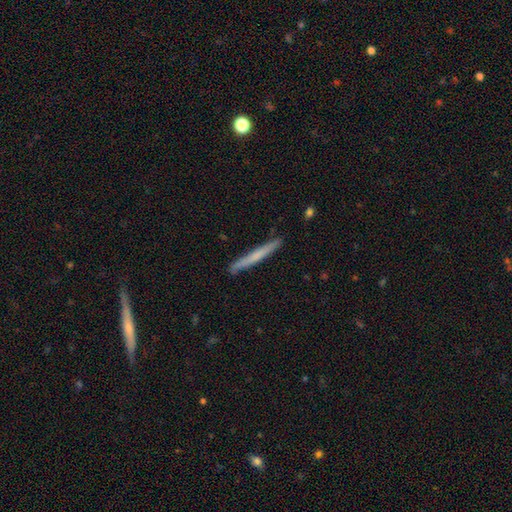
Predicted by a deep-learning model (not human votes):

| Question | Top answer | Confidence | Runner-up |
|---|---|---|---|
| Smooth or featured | smooth | 56% | featured or disk (38%) |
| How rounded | cigar-shaped | 97% | in between (2%) |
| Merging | none | 90% | minor disturbance (7%) |